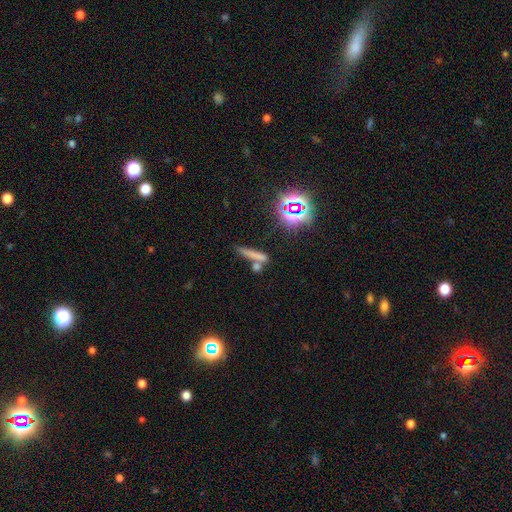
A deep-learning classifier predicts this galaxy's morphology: Smooth or featured?
  - smooth: 63% *
  - star or artifact: 21%
  - featured or disk: 16%
How rounded?
  - cigar-shaped: 78% *
  - in between: 14%
  - round: 8%
Merging?
  - none: 55% *
  - merger: 25%
  - minor disturbance: 13%
  - major disturbance: 7%